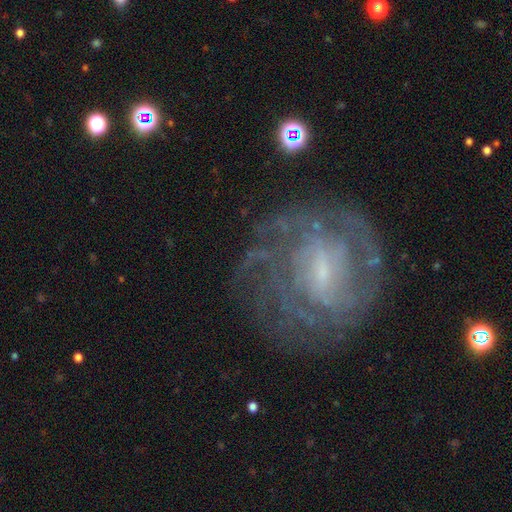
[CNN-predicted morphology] The model was most divided on "bar": weak: 57%, no: 25%, strong: 18%. More confident: edge-on disk — no (97%); spiral arms — yes (87%); smooth or featured — featured or disk (79%); merging — none (74%); spiral winding — tight (63%); bulge size — small (60%); spiral arm count — can't tell (51%).